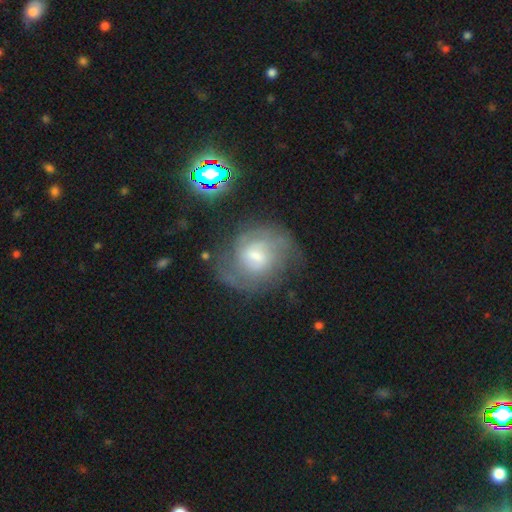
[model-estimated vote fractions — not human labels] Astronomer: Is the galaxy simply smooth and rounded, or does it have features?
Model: featured or disk — 71%.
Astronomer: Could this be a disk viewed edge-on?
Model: no — 97%.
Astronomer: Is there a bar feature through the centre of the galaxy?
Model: weak — 56% (runner-up: no, 34%).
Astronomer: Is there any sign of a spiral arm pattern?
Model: yes — 90%.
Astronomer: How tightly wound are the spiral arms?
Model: tight — 44% (runner-up: medium, 42%).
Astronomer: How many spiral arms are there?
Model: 2 — 48% (runner-up: can't tell, 31%).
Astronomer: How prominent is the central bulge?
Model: moderate — 45% (runner-up: small, 40%).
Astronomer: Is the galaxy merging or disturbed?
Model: none — 63%.